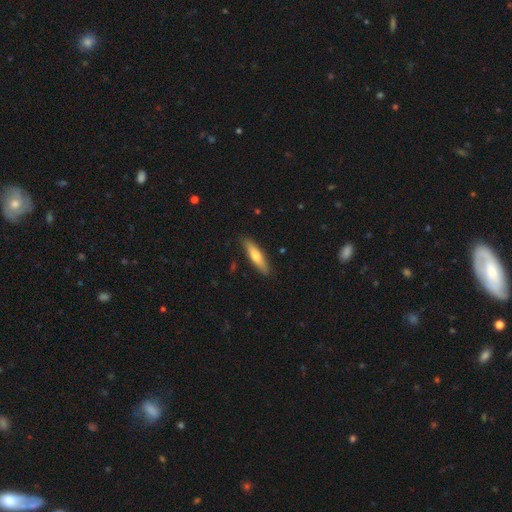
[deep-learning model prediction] Q: Smooth or featured?
A: smooth (61%); runner-up: featured or disk (34%)
Q: How rounded?
A: cigar-shaped (75%); runner-up: in between (23%)
Q: Merging?
A: none (87%); runner-up: minor disturbance (10%)